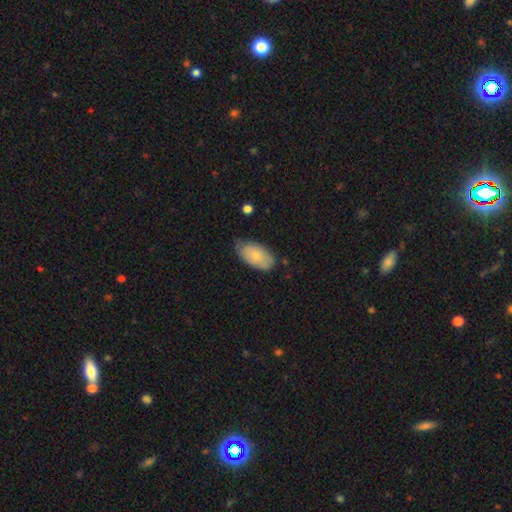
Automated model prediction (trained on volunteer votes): smooth 75%, featured or disk 19%, star or artifact 6%. Down the decision tree: how rounded — in between (94%); merging — none (61%).